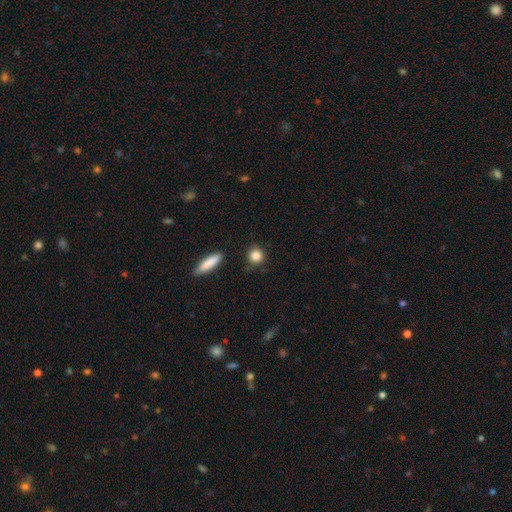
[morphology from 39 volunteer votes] This is clearly a smooth galaxy (82%). How rounded: likely round (78%). Merging: clearly none (86%).